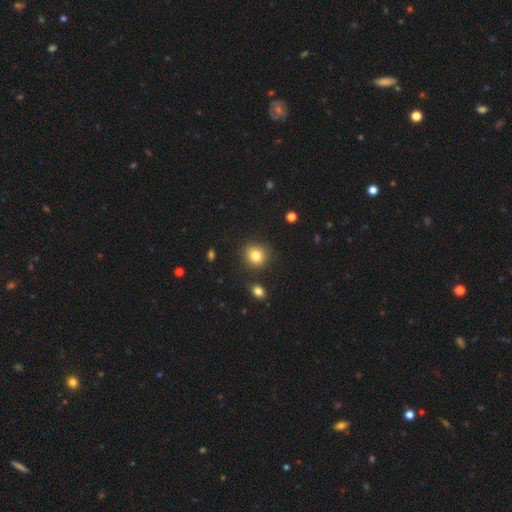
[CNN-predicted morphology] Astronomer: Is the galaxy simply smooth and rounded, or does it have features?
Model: smooth — 82%.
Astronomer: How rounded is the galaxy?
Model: round — 82%.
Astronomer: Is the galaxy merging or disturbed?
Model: none — 86%.